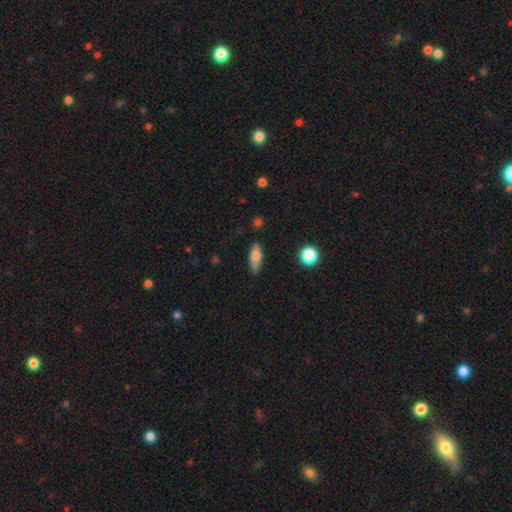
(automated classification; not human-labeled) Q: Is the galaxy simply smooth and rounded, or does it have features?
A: smooth — 72%.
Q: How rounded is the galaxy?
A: in between — 68%.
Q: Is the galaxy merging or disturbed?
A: none — 82%.